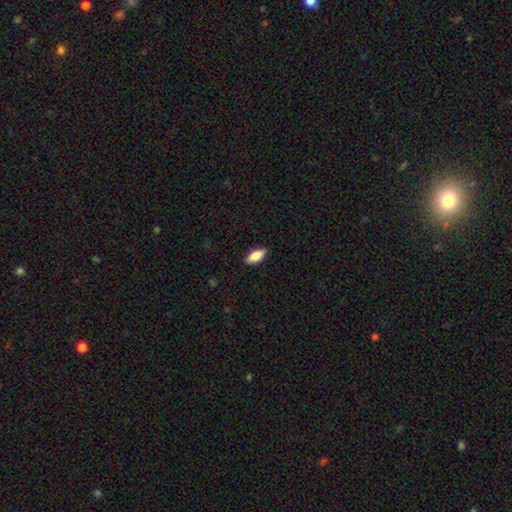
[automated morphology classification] This appears to be a smooth galaxy with no disk features (83%) that is in between round and cigar-shaped (87%). Merging: none (88%).